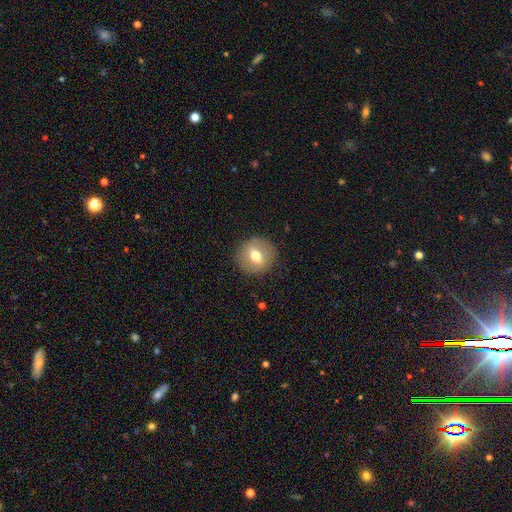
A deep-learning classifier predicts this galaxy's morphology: smooth_or_featured: smooth (p=0.61) [alt: featured or disk p=0.30]
how_rounded: round (p=0.85) [alt: in between p=0.13]
merging: none (p=0.88) [alt: minor disturbance p=0.08]